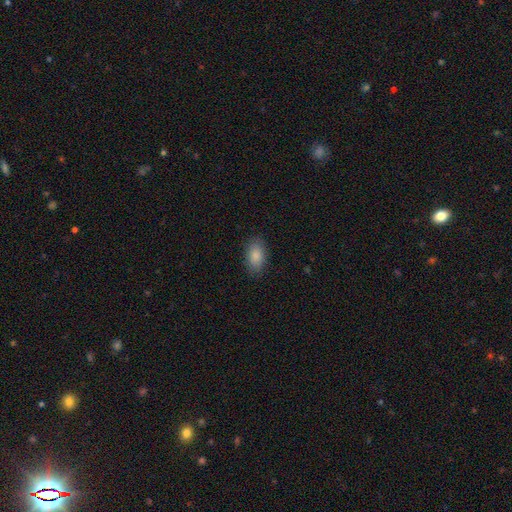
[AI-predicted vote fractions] smooth-or-featured: smooth: 88% | star or artifact: 7% | featured or disk: 6%
  how-rounded: in between: 93% | round: 5% | cigar-shaped: 3%
  merging: none: 86% | minor disturbance: 11% | major disturbance: 3% | merger: 1%